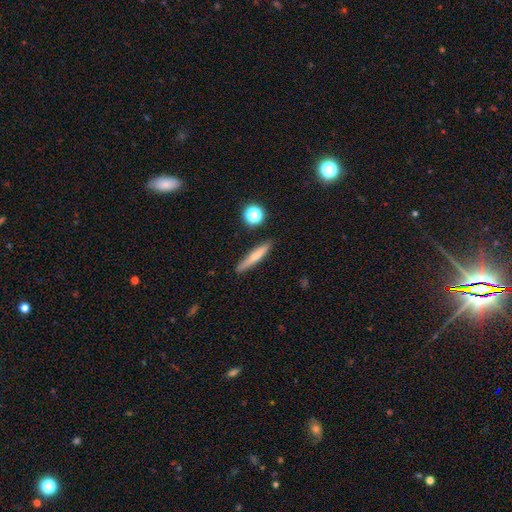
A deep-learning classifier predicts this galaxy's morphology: A smooth galaxy with no disk features (66%) that is cigar-shaped (92%). Merging: none (87%).